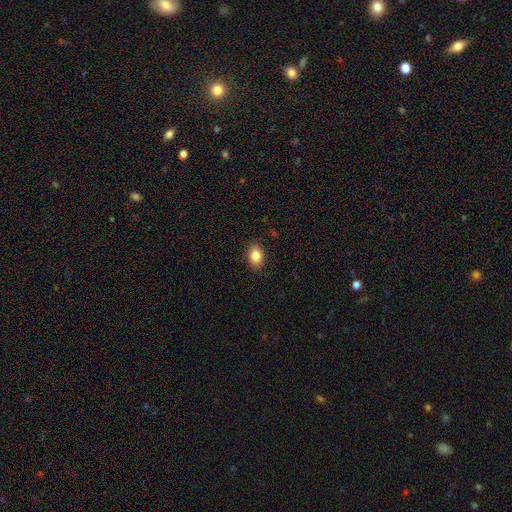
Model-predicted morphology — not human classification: Smooth or featured?
  - smooth: 85% *
  - star or artifact: 9%
  - featured or disk: 7%
How rounded?
  - in between: 82% *
  - round: 17%
  - cigar-shaped: 1%
Merging?
  - none: 88% *
  - minor disturbance: 9%
  - major disturbance: 2%
  - merger: 1%